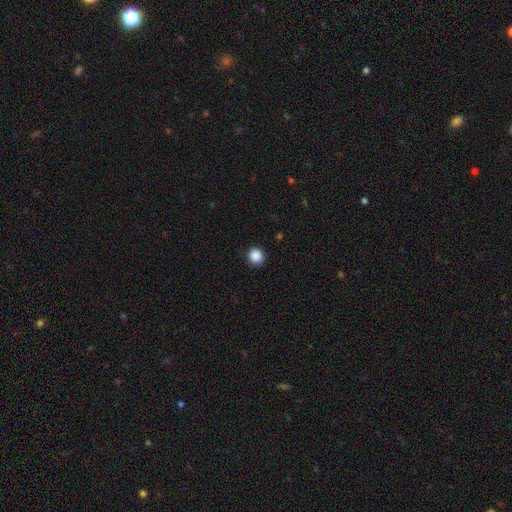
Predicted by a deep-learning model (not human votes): Smooth or featured: smooth — 89% (star or artifact — 9%)
How rounded: round — 92% (in between — 7%)
Merging: none — 92% (minor disturbance — 6%)